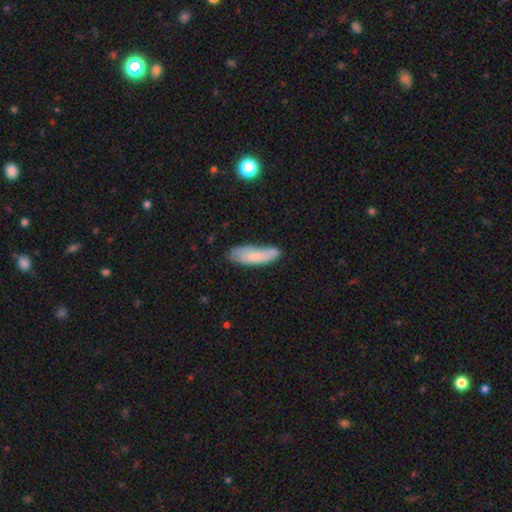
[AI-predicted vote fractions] The model was most divided on "how rounded": in between: 50%, cigar-shaped: 48%, round: 2%. More confident: smooth or featured — smooth (71%); merging — none (60%).